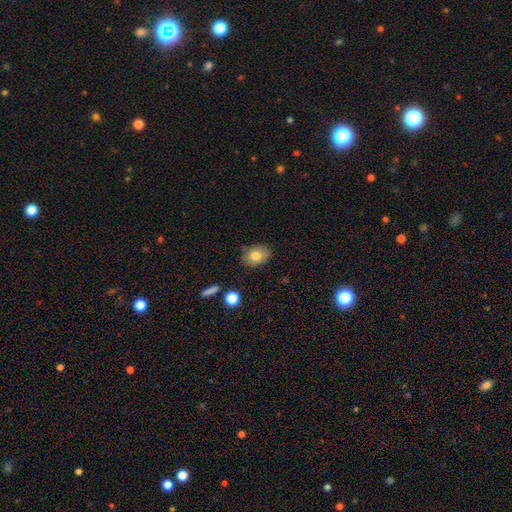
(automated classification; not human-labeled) This appears to be a smooth galaxy with no disk features (78%) that is in between round and cigar-shaped (72%). Merging: none (79%).